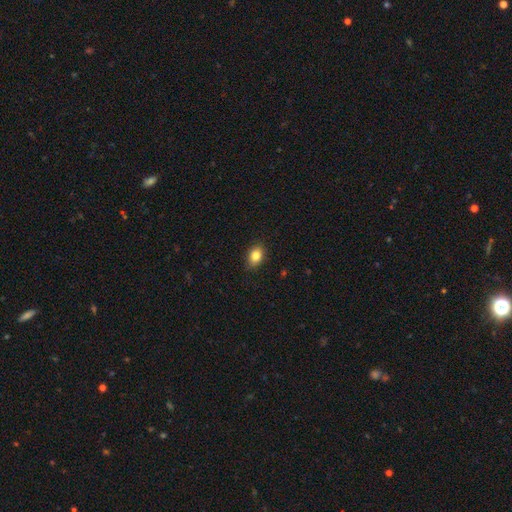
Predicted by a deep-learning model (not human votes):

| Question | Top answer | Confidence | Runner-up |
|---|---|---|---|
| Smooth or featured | smooth | 85% | star or artifact (9%) |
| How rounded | in between | 74% | round (24%) |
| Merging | none | 87% | minor disturbance (10%) |